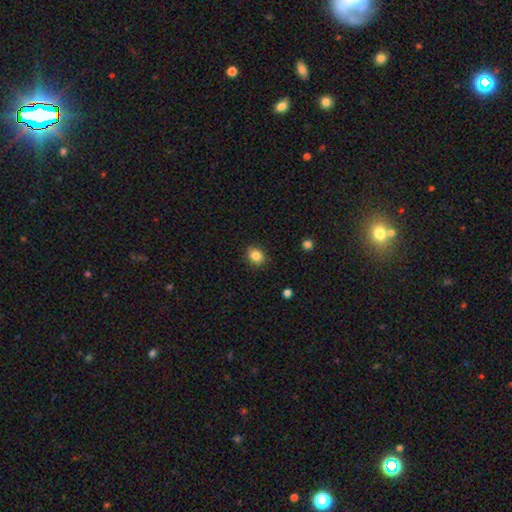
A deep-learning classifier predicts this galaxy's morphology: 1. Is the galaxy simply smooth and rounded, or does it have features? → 85% smooth, 10% star or artifact, 5% featured or disk.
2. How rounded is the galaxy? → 58% round, 41% in between, 1% cigar-shaped.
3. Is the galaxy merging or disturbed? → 88% none, 8% minor disturbance, 2% major disturbance, 1% merger.